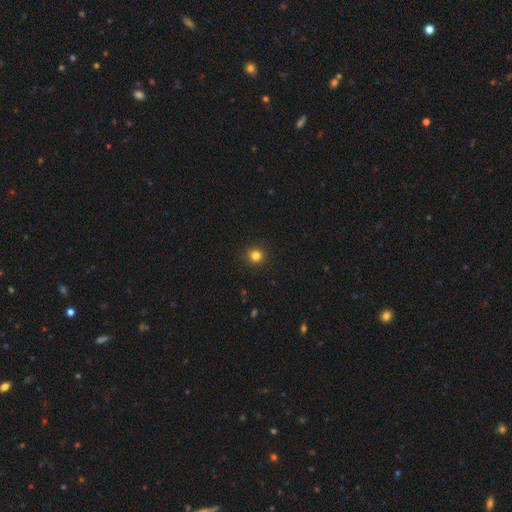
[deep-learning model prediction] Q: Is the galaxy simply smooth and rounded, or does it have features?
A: smooth — 83%.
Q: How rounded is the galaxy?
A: round — 93%.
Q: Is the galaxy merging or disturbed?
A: none — 92%.